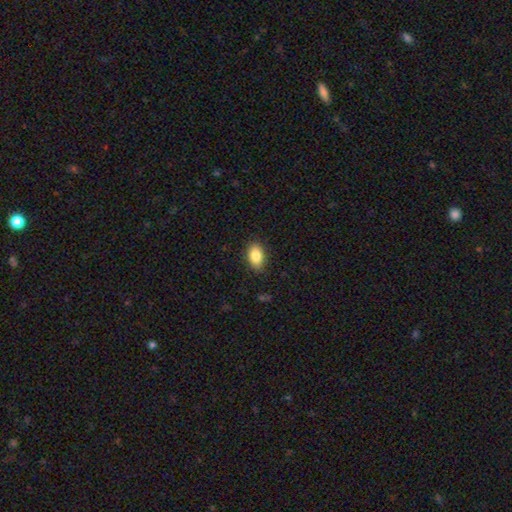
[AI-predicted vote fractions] Morphology: type=smooth (87%); roundness=in between (90%); merging=none (86%).